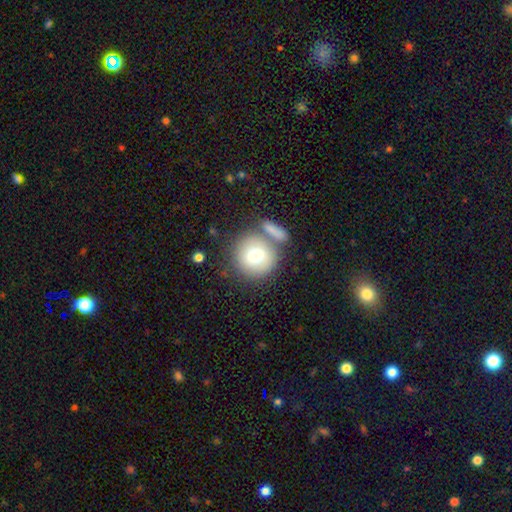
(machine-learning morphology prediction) smooth-or-featured: smooth: 72% | featured or disk: 19% | star or artifact: 8%
  how-rounded: round: 91% | in between: 8% | cigar-shaped: 1%
  merging: none: 63% | merger: 20% | minor disturbance: 12% | major disturbance: 5%